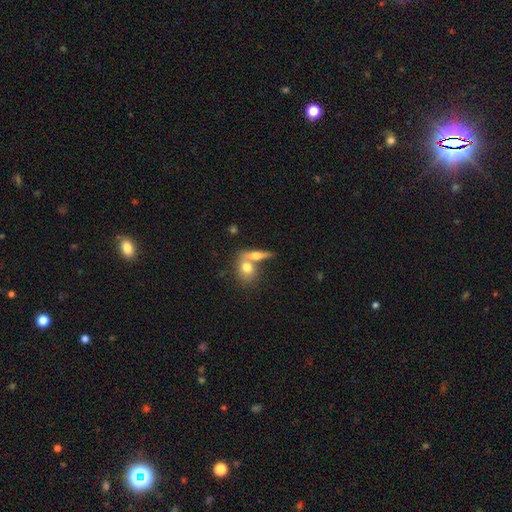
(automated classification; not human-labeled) This appears to be a smooth galaxy with no disk features (59%) that is in between round and cigar-shaped (49%). Merging: merger (49%).